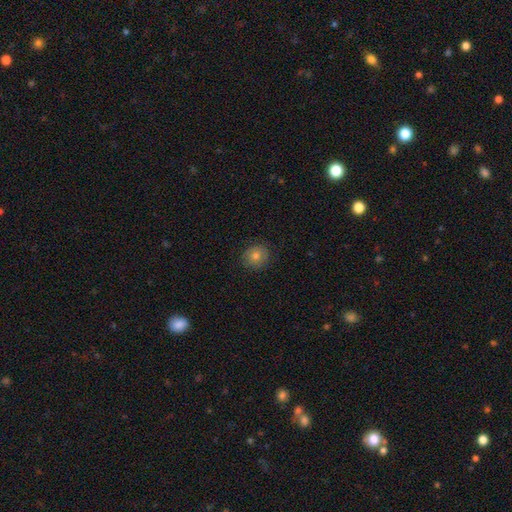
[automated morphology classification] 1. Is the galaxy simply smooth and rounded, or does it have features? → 74% smooth, 14% featured or disk, 12% star or artifact.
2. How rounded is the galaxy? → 84% round, 15% in between, 1% cigar-shaped.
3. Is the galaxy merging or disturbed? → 86% none, 10% minor disturbance, 3% major disturbance, 1% merger.